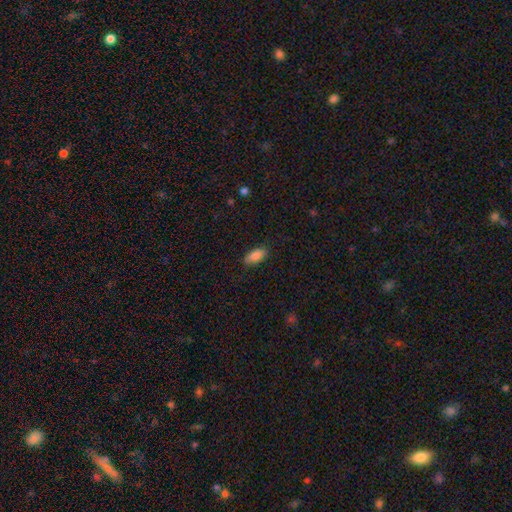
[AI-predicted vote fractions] Morphology: type=smooth (86%); roundness=in between (88%); merging=none (83%).